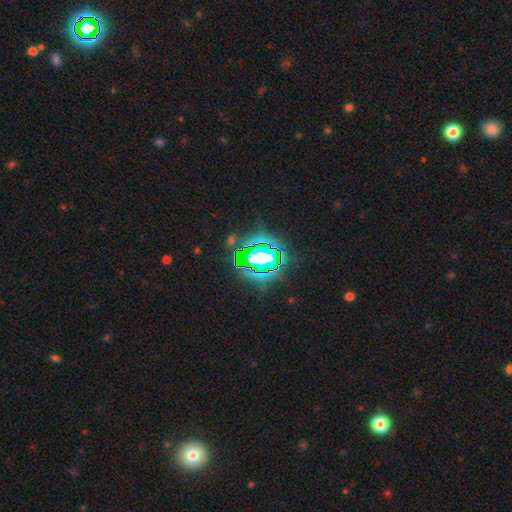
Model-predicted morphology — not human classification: Overall: star or artifact (77%).